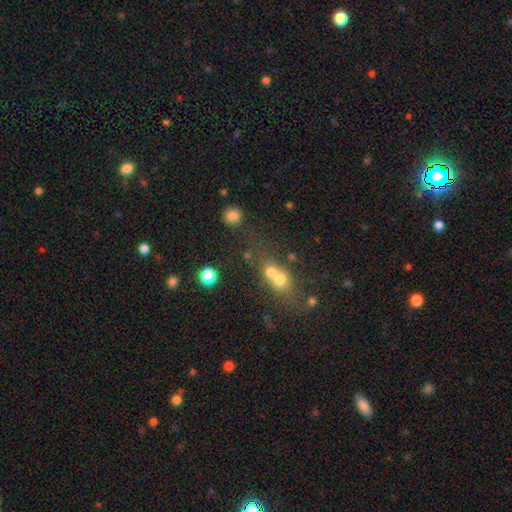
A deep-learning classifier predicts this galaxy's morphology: Smooth or featured?
  - smooth: 51% *
  - star or artifact: 29%
  - featured or disk: 20%
How rounded?
  - round: 61% *
  - in between: 31%
  - cigar-shaped: 8%
Merging?
  - merger: 51% *
  - none: 35%
  - minor disturbance: 8%
  - major disturbance: 6%